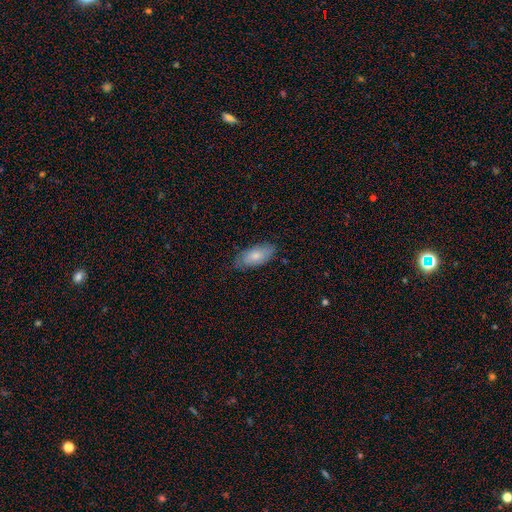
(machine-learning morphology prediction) This is likely a smooth galaxy (71%). How rounded: clearly in between (90%). Merging: likely none (75%).